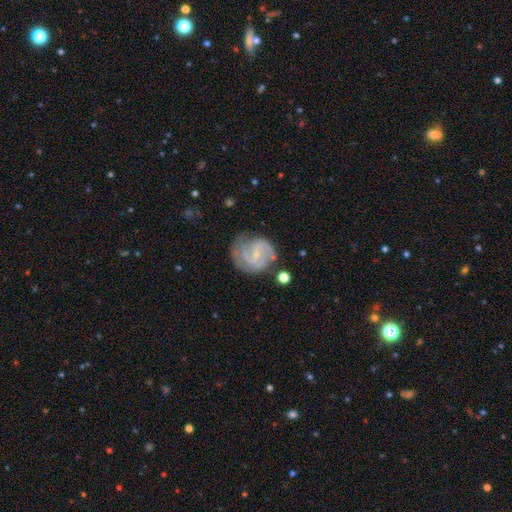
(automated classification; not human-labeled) featured or disk 81%, smooth 13%, star or artifact 6%. Down the decision tree: edge-on disk — no (98%); bar — weak (47%); spiral arms — yes (94%); spiral arm count — 2 (54%); spiral winding — medium (43%, tied with tight); bulge size — small (77%); merging — none (64%).